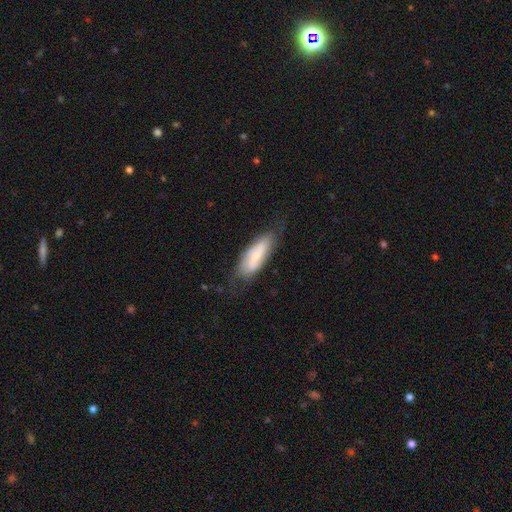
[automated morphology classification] Smooth or featured? smooth (58%)
How rounded? in between (62%)
Merging? none (62%)